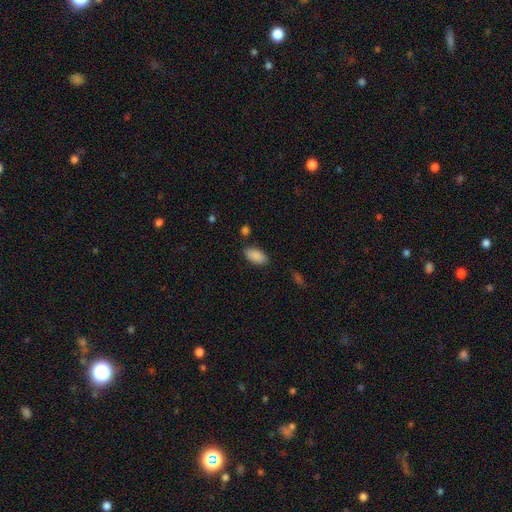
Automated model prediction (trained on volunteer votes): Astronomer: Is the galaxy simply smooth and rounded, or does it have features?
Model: smooth — 89%.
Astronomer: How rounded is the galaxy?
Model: in between — 93%.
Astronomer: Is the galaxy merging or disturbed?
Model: none — 83%.